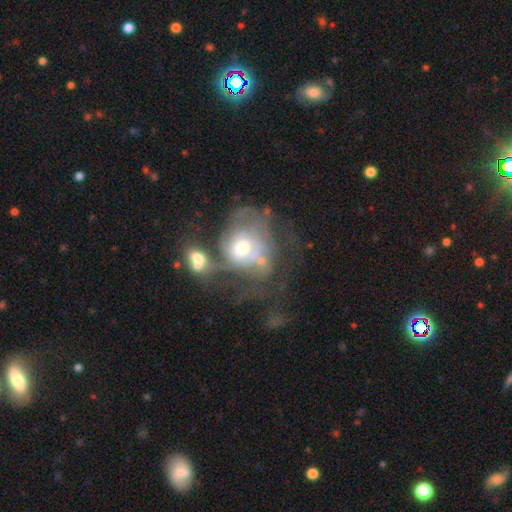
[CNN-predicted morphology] Overall: featured or disk (72%). Edge-on disk: no (97%). Bar: no (76%). Spiral arms: yes (70%; no 30%). Bulge size: moderate (64%). Merging: merger (39%; major disturbance 30%).